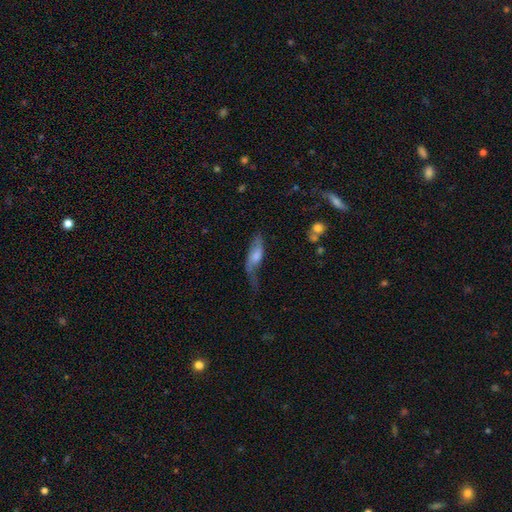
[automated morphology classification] Smooth or featured? Predicted: smooth (p=0.51). How rounded? Predicted: in between (p=0.61). Merging? Predicted: major disturbance (p=0.33).